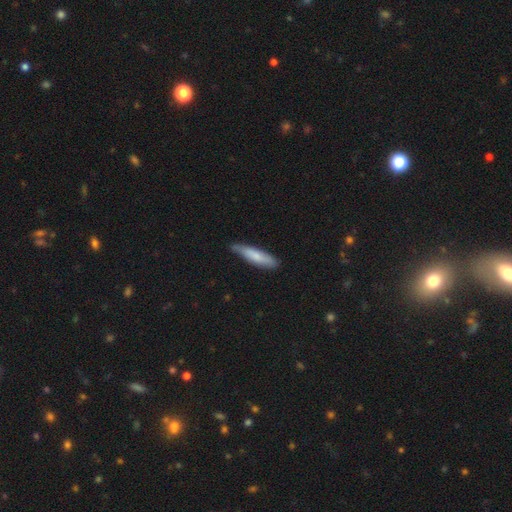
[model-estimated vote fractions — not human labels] The model was most divided on "merging": none: 72%, minor disturbance: 24%, major disturbance: 3%, merger: 2%. More confident: how rounded — cigar-shaped (80%); smooth or featured — smooth (74%).